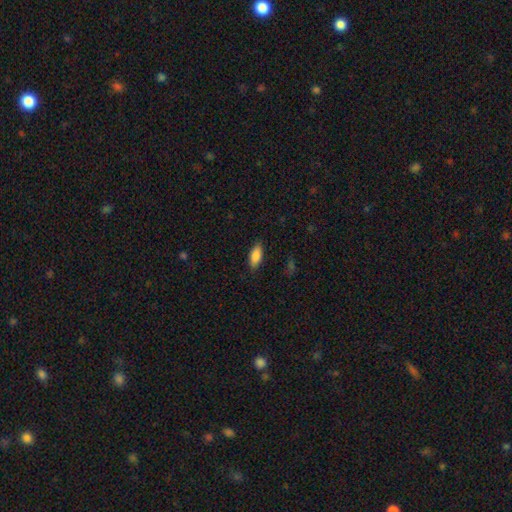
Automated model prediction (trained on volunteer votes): Overall: smooth (86%). How rounded: in between (82%). Merging: none (86%).